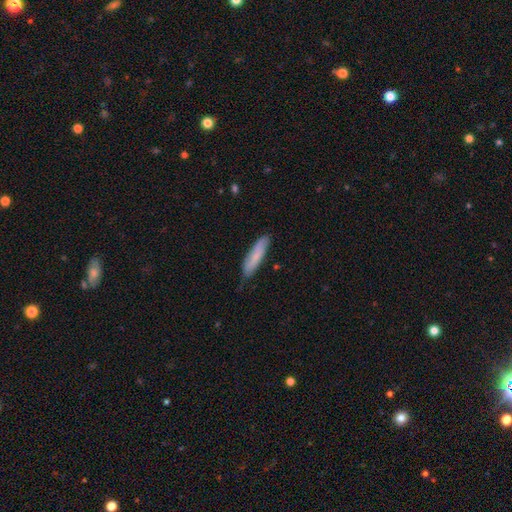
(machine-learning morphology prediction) The model was most divided on "merging": none: 74%, minor disturbance: 21%, major disturbance: 3%, merger: 2%. More confident: how rounded — cigar-shaped (79%); smooth or featured — smooth (75%).